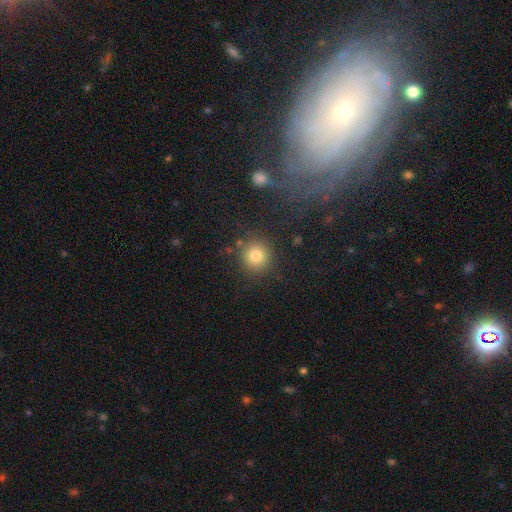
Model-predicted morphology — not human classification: Overall: smooth (81%). How rounded: round (93%). Merging: none (85%).